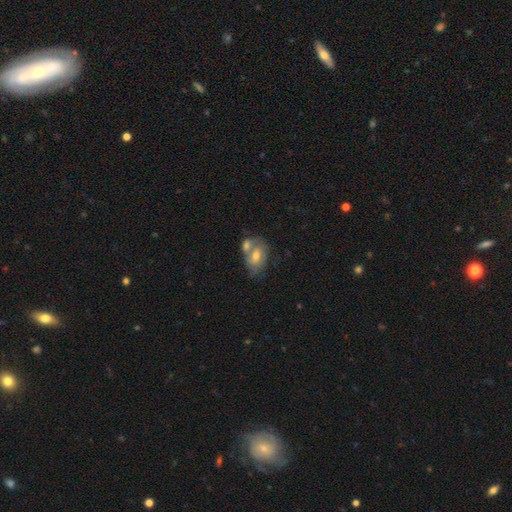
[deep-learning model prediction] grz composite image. It shows a featured or disk galaxy (46%, tied with smooth). Merging: merger (50%).